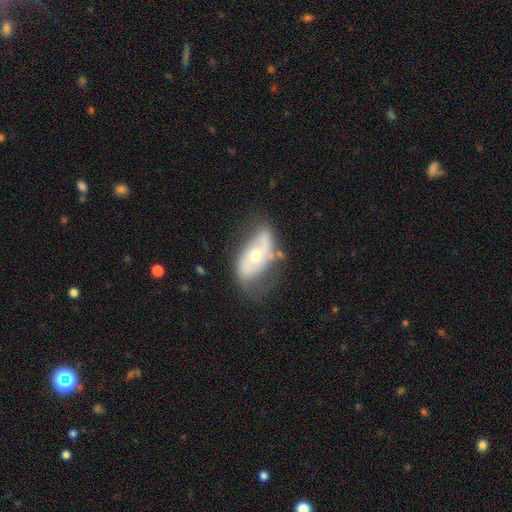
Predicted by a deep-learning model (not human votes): Smooth or featured?
  - featured or disk: 60% *
  - smooth: 33%
  - star or artifact: 7%
Edge-on disk?
  - no: 90% *
  - yes: 10%
Bar?
  - no: 72% *
  - weak: 19%
  - strong: 9%
Spiral arms?
  - yes: 58% *
  - no: 42%
Bulge size?
  - moderate: 62% *
  - small: 32%
  - large: 4%
  - dominant: 1%
  - none: 1%
Merging?
  - none: 49% *
  - minor disturbance: 29%
  - major disturbance: 16%
  - merger: 6%